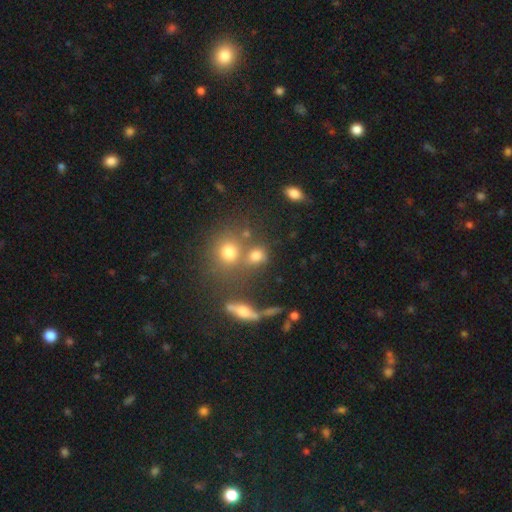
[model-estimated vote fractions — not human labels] Overall: smooth (73%). How rounded: round (66%; in between 30%). Merging: none (54%; merger 30%).